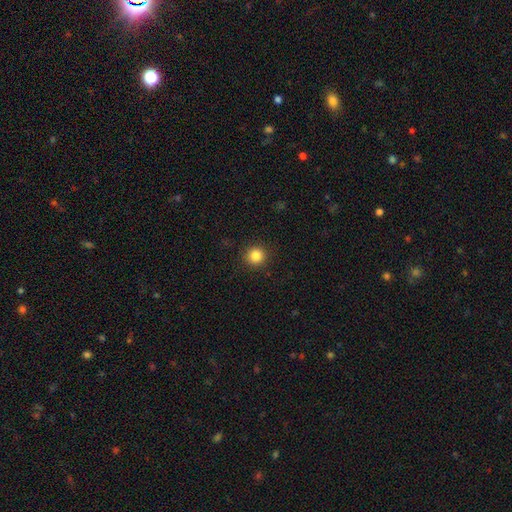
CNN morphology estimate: smooth_or_featured: smooth (p=0.84) [alt: star or artifact p=0.11]
how_rounded: round (p=0.94) [alt: in between p=0.05]
merging: none (p=0.92) [alt: minor disturbance p=0.05]